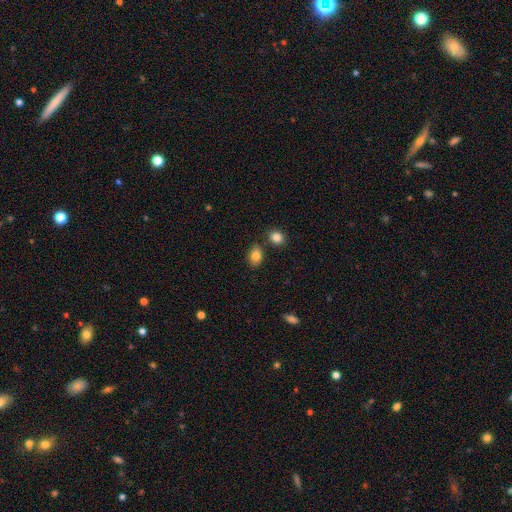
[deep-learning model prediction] This appears to be a smooth galaxy with no disk features (84%) that is in between round and cigar-shaped (77%). Merging: none (78%).